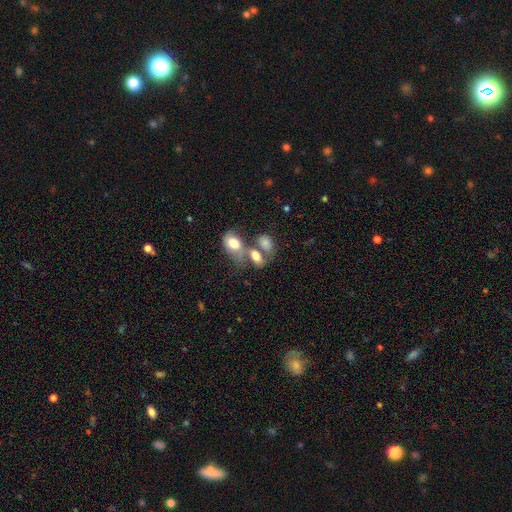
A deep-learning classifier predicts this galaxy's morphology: The model was most divided on "merging": merger: 54%, none: 24%, minor disturbance: 11%, major disturbance: 10%. More confident: how rounded — in between (81%); smooth or featured — smooth (70%).